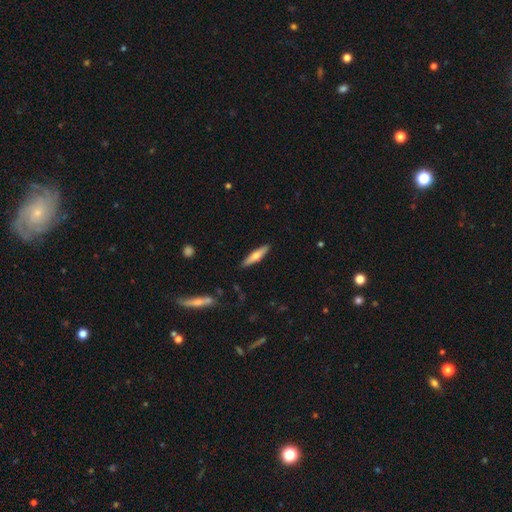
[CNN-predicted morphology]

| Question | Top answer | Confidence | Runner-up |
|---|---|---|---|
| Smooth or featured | smooth | 56% | featured or disk (38%) |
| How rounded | cigar-shaped | 83% | in between (15%) |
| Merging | none | 89% | minor disturbance (8%) |